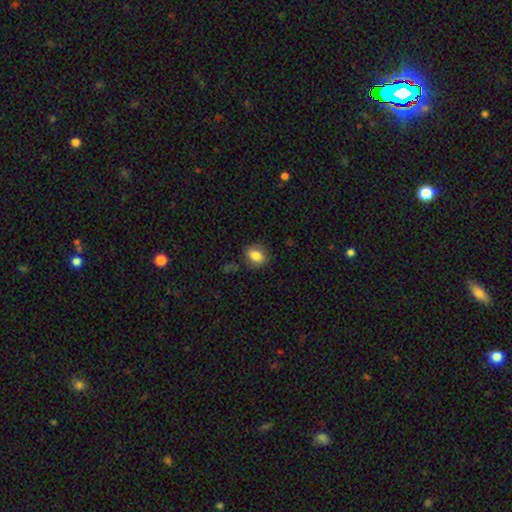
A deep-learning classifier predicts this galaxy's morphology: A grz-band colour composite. It shows a smooth galaxy with no disk features (82%) that is in between round and cigar-shaped (59%). Merging: none (76%).